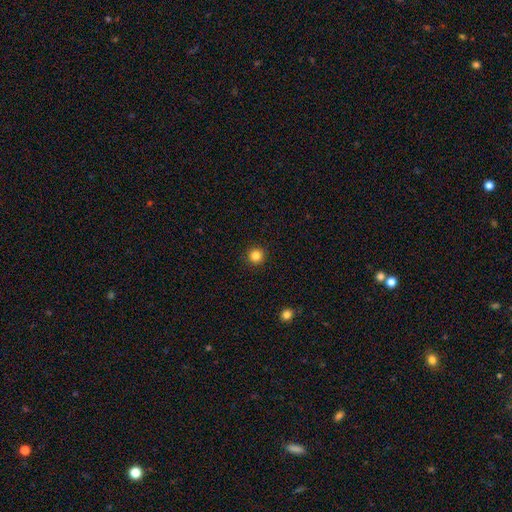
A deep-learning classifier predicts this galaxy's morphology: This is clearly a smooth galaxy (84%). How rounded: clearly round (95%). Merging: clearly none (93%).